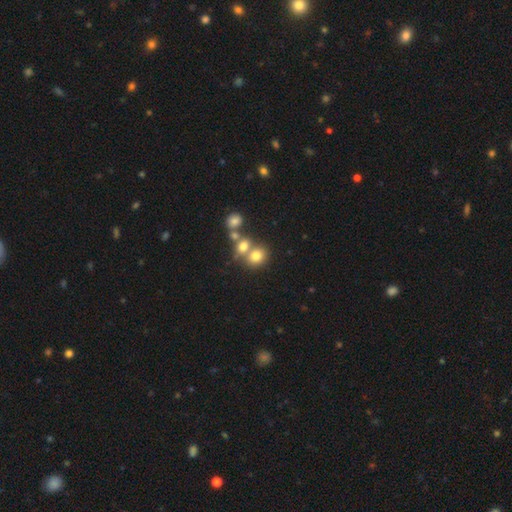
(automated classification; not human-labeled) smooth_or_featured: smooth (p=0.74) [alt: star or artifact p=0.13]
how_rounded: round (p=0.69) [alt: in between p=0.30]
merging: merger (p=0.44) [alt: none p=0.43]